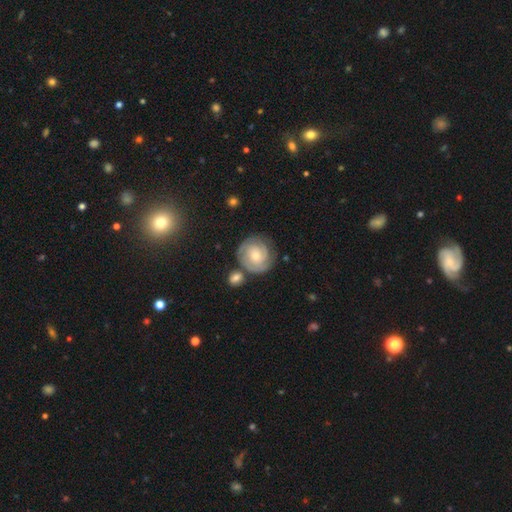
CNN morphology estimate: smooth-or-featured: featured or disk: 76% | smooth: 19% | star or artifact: 6%
  disk-edge-on: no: 98% | yes: 2%
    bar: no: 72% | weak: 24% | strong: 4%
    has-spiral-arms: yes: 95% | no: 5%
      spiral-winding: tight: 76% | medium: 19% | loose: 4%
      spiral-arm-count: 2: 43% | can't tell: 22% | 3: 21% | 4: 5% | 1: 5% | more than 4: 4%
    bulge-size: moderate: 52% | small: 40% | large: 5% | none: 2% | dominant: 1%
  merging: none: 72% | minor disturbance: 14% | merger: 9% | major disturbance: 5%